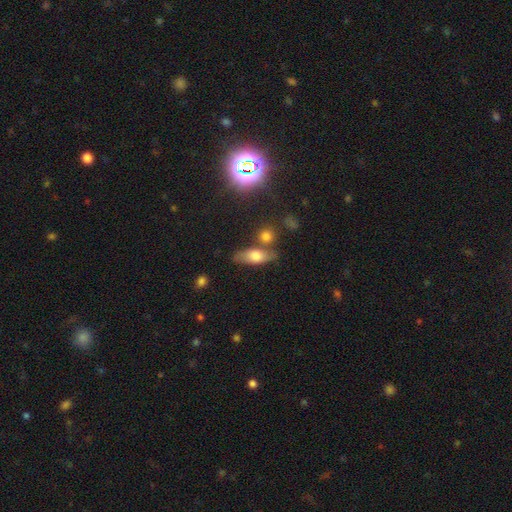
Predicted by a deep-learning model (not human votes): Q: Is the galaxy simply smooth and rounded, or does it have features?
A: smooth — 63%.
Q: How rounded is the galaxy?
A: in between — 68%.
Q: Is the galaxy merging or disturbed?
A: none — 64%.